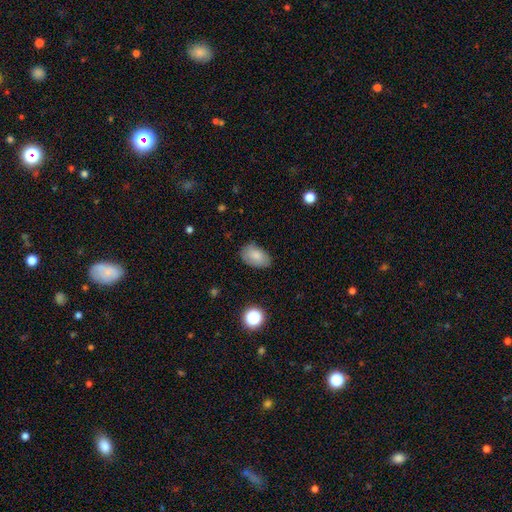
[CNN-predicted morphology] smooth 83%, featured or disk 9%, star or artifact 8%. Down the decision tree: how rounded — in between (90%); merging — none (77%).